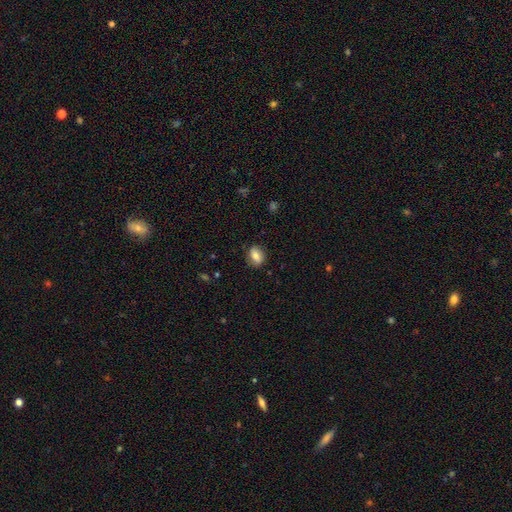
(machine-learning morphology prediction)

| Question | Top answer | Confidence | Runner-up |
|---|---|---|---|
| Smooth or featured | smooth | 73% | featured or disk (18%) |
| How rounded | in between | 60% | round (38%) |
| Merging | none | 83% | minor disturbance (13%) |